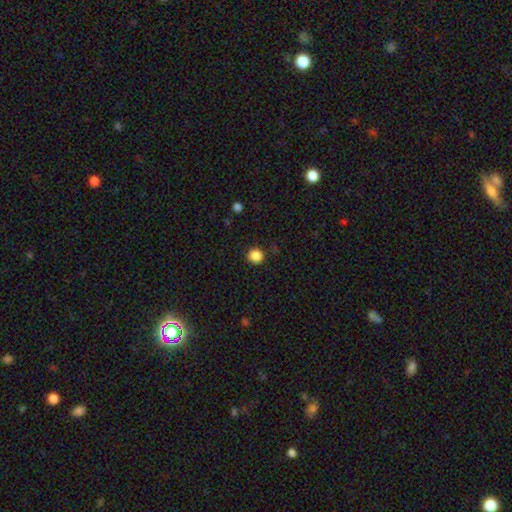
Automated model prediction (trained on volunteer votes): This is clearly a smooth galaxy (86%). How rounded: clearly round (93%). Merging: clearly none (90%).